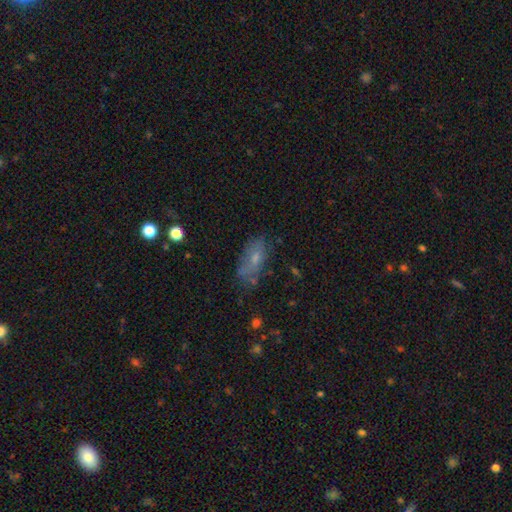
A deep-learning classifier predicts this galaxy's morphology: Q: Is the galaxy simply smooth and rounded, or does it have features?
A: smooth — 63%.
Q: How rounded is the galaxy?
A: in between — 83%.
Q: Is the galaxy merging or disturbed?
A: none — 57%.